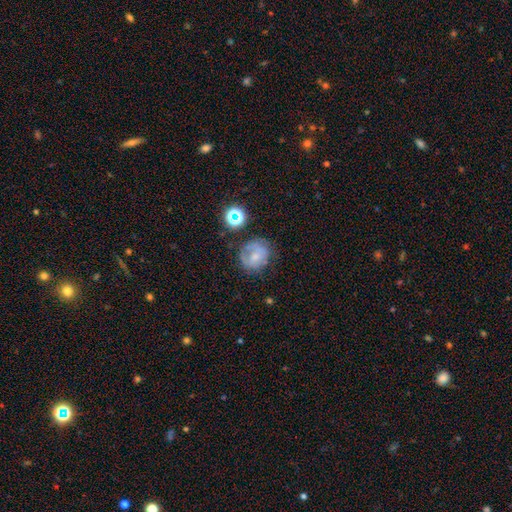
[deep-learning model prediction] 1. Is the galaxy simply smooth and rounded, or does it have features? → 52% smooth, 33% featured or disk, 15% star or artifact.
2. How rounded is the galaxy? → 75% round, 24% in between, 1% cigar-shaped.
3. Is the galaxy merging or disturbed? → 54% none, 25% minor disturbance, 16% major disturbance, 5% merger.